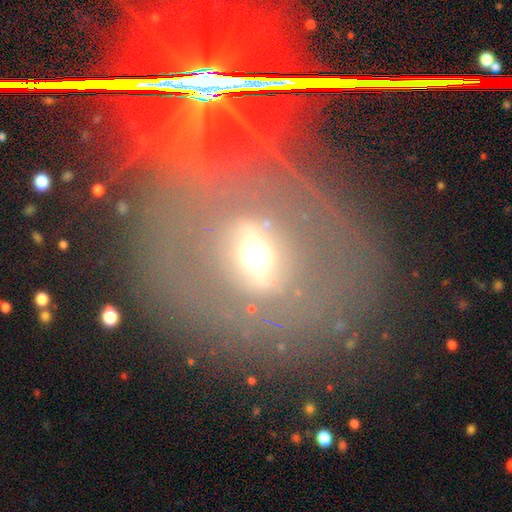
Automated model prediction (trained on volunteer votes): Overall: featured or disk (54%; smooth 30%). Edge-on disk: no (74%). Merging: none (71%).